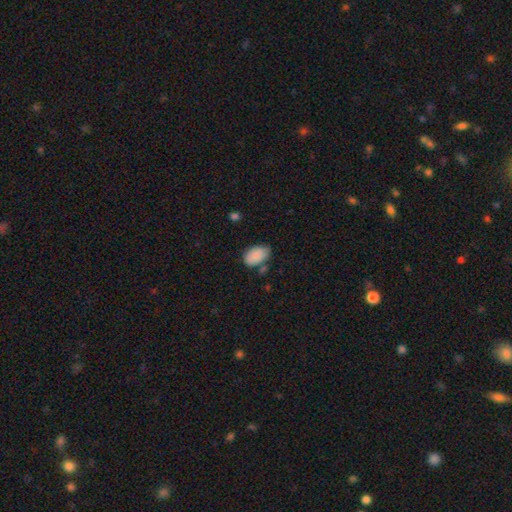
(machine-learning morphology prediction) A smooth galaxy with no disk features (86%) that is in between round and cigar-shaped (91%). Merging: none (61%).